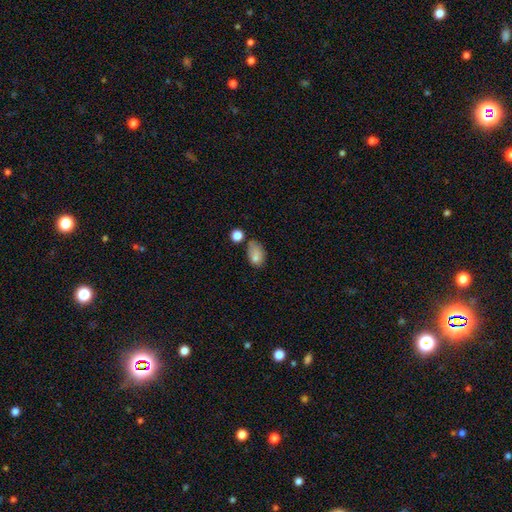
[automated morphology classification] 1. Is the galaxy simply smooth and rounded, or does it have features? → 79% smooth, 11% featured or disk, 10% star or artifact.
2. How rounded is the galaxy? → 83% in between, 15% round, 2% cigar-shaped.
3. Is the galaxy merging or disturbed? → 43% none, 32% minor disturbance, 13% major disturbance, 12% merger.